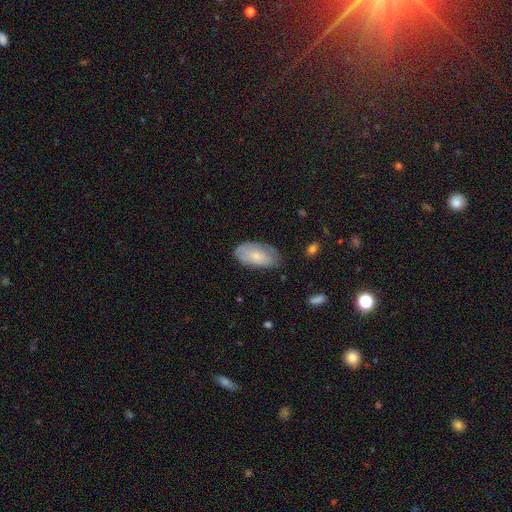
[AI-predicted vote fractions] Smooth or featured? Predicted: smooth (p=0.66). How rounded? Predicted: in between (p=0.94). Merging? Predicted: none (p=0.67).